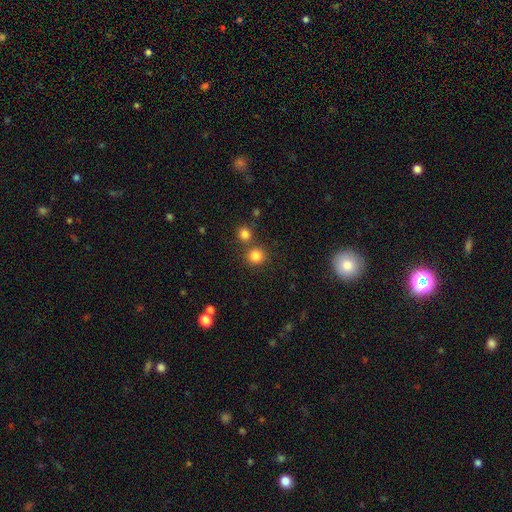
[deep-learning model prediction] Overall: smooth (83%). How rounded: round (89%). Merging: none (73%).